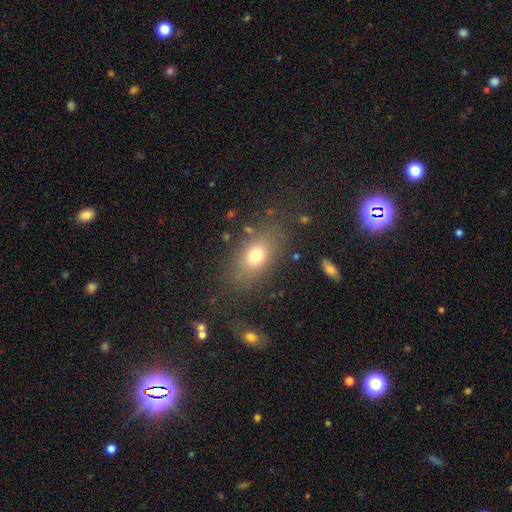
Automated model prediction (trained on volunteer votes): smooth 73%, featured or disk 14%, star or artifact 13%. Down the decision tree: how rounded — in between (76%); merging — none (78%).